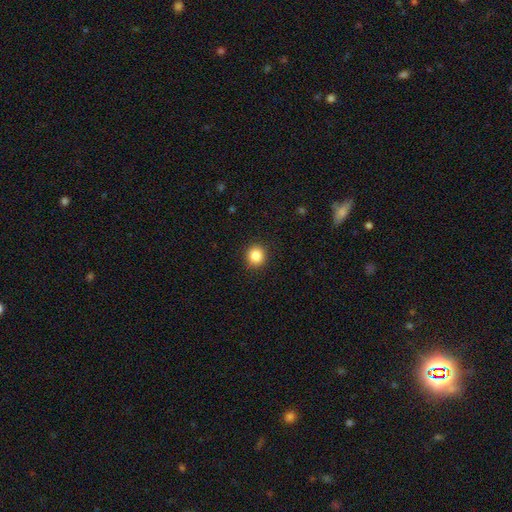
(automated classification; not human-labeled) Smooth or featured? smooth (85%)
How rounded? round (91%)
Merging? none (92%)